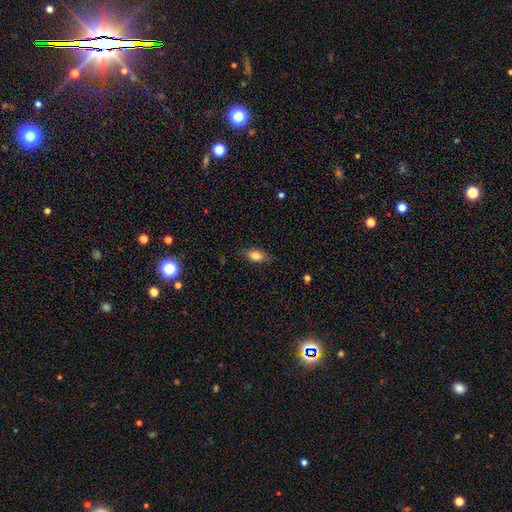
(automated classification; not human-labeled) This is likely a smooth galaxy (79%). How rounded: clearly in between (85%). Merging: likely none (80%).